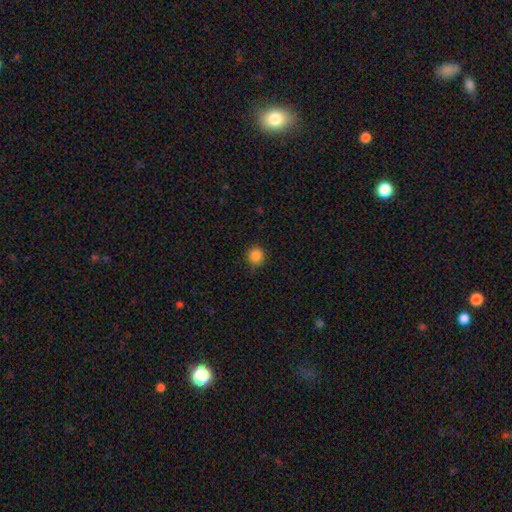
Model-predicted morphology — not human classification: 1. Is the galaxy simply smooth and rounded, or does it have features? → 85% smooth, 11% star or artifact, 4% featured or disk.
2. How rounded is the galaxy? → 91% round, 8% in between, 1% cigar-shaped.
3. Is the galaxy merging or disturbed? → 86% none, 10% minor disturbance, 2% major disturbance, 1% merger.